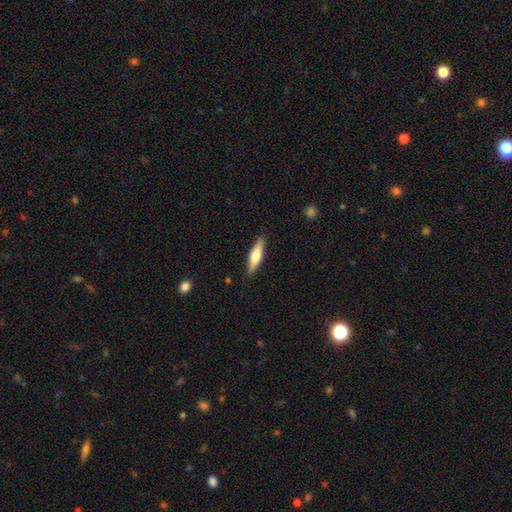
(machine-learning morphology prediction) Smooth or featured?
  - smooth: 54% *
  - featured or disk: 41%
  - star or artifact: 6%
How rounded?
  - cigar-shaped: 73% *
  - in between: 25%
  - round: 2%
Merging?
  - none: 88% *
  - minor disturbance: 9%
  - major disturbance: 2%
  - merger: 1%